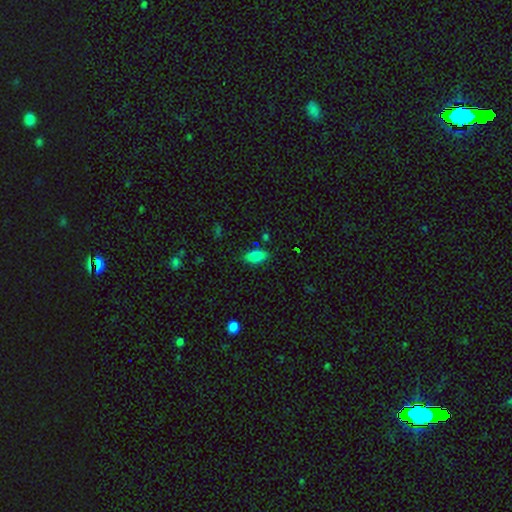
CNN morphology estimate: smooth_or_featured: smooth (p=0.84) [alt: star or artifact p=0.08]
how_rounded: in between (p=0.88) [alt: cigar-shaped p=0.09]
merging: none (p=0.83) [alt: minor disturbance p=0.12]